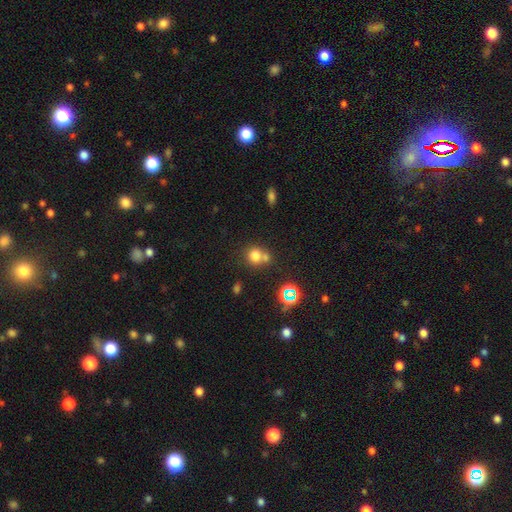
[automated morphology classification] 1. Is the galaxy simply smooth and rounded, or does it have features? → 72% smooth, 17% star or artifact, 10% featured or disk.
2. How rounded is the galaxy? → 80% round, 19% in between, 1% cigar-shaped.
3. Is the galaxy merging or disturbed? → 47% none, 39% merger, 9% minor disturbance, 4% major disturbance.